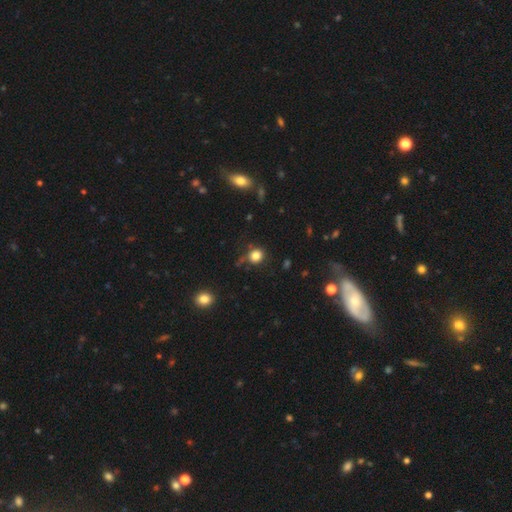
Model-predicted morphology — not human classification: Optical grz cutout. It shows a smooth galaxy with no disk features (82%) that is round (85%). Merging: none (79%).